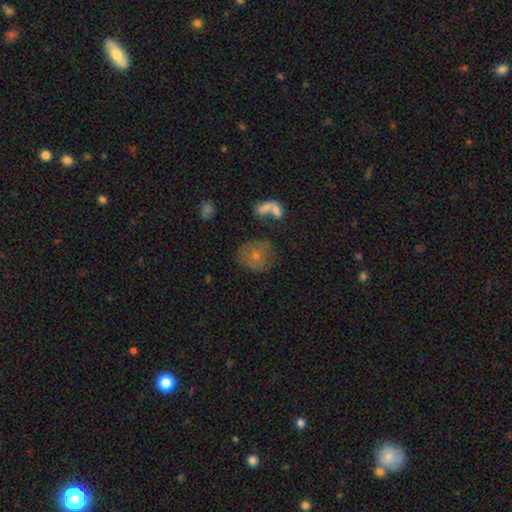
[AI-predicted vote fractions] smooth 52%, featured or disk 33%, star or artifact 15%. Down the decision tree: how rounded — round (80%); merging — none (61%).